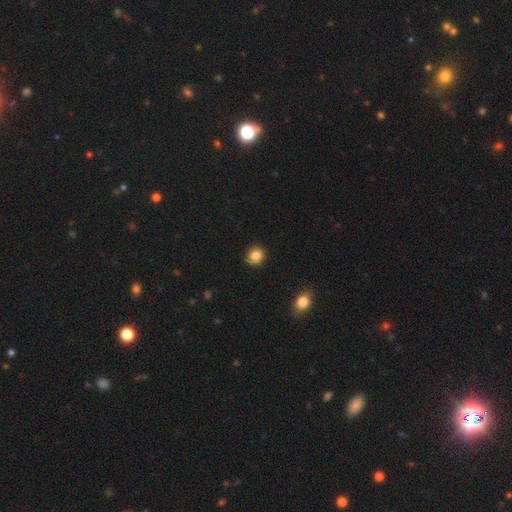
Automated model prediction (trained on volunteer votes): A smooth galaxy with no disk features (85%) that is round (89%). Merging: none (92%).